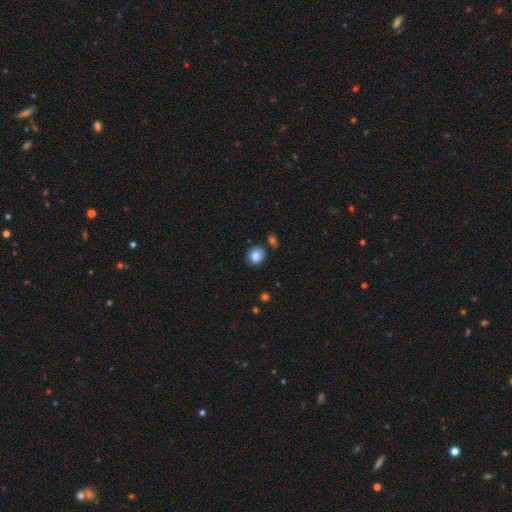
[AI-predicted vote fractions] Smooth or featured? Predicted: smooth (p=0.86). How rounded? Predicted: round (p=0.77). Merging? Predicted: none (p=0.77).